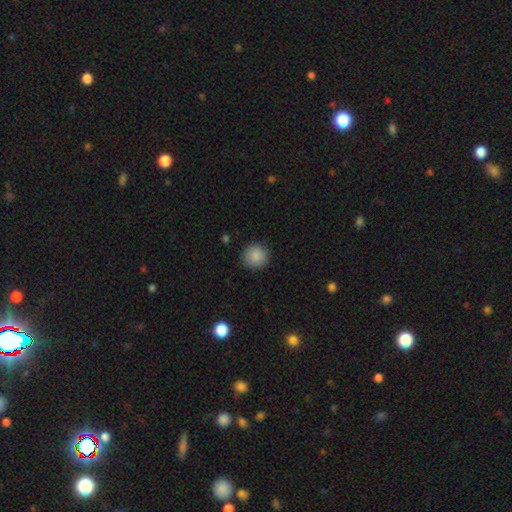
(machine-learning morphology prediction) This is clearly a smooth galaxy (88%). How rounded: clearly round (93%). Merging: clearly none (90%).